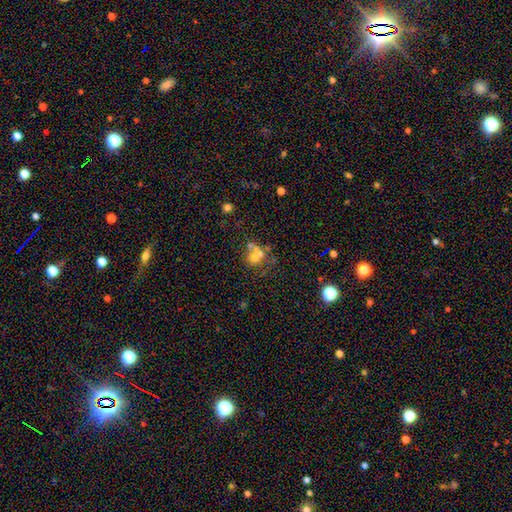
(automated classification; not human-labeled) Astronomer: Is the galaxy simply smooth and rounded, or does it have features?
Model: smooth — 54%.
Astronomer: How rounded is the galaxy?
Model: round — 77%.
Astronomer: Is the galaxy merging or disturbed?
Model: merger — 46% (runner-up: none, 36%).